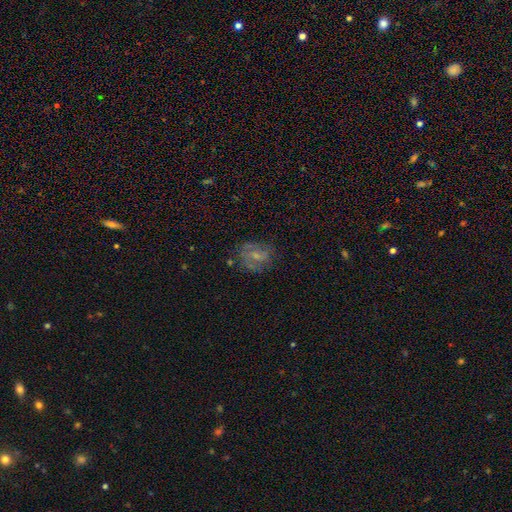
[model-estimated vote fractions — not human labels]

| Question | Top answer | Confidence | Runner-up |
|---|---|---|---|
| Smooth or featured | featured or disk | 51% | smooth (36%) |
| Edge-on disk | no | 97% | yes (3%) |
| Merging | none | 60% | minor disturbance (22%) |